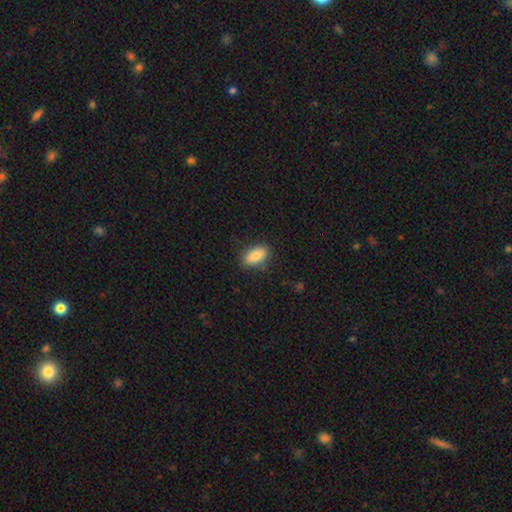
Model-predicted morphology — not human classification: Overall: smooth (83%). How rounded: in between (88%). Merging: none (84%).